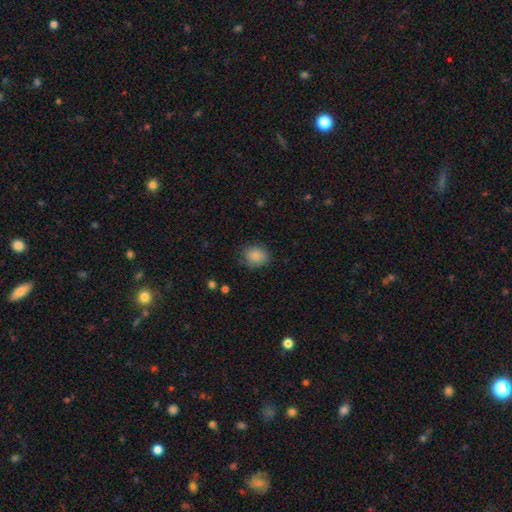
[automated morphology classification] A smooth galaxy with no disk features (87%) that is round (71%). Merging: none (84%).